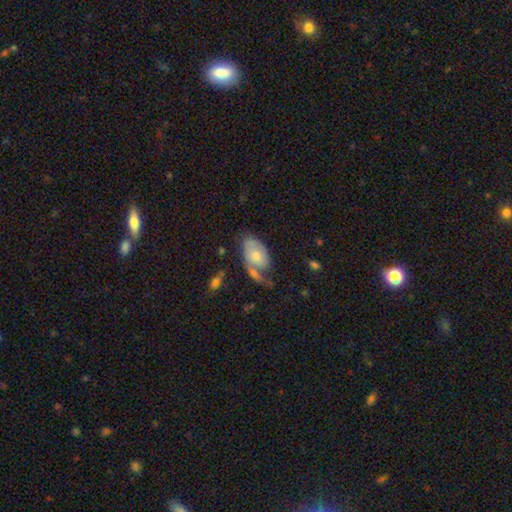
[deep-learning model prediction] The model was most divided on "merging": none: 34%, minor disturbance: 25%, major disturbance: 21%, merger: 21%. More confident: how rounded — in between (91%); smooth or featured — smooth (53%).